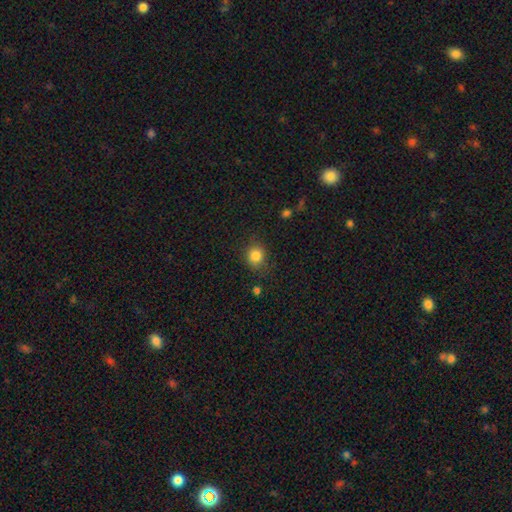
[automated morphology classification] Smooth or featured: smooth — 84% (star or artifact — 11%)
How rounded: round — 78% (in between — 21%)
Merging: none — 79% (minor disturbance — 14%)